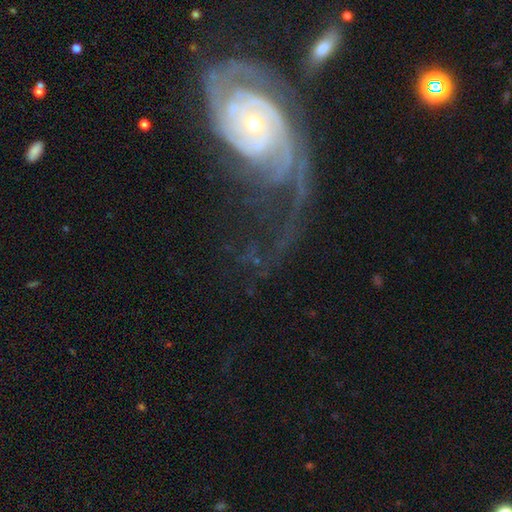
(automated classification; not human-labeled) Smooth or featured: featured or disk — 86% (star or artifact — 8%)
Edge-on disk: no — 96% (yes — 4%)
Bar: no — 66% (weak — 22%)
Spiral arms: yes — 95% (no — 5%)
Spiral winding: tight — 49% (medium — 34%)
Spiral arm count: 2 — 49% (can't tell — 18%)
Bulge size: small — 65% (moderate — 30%)
Merging: none — 48% (major disturbance — 31%)